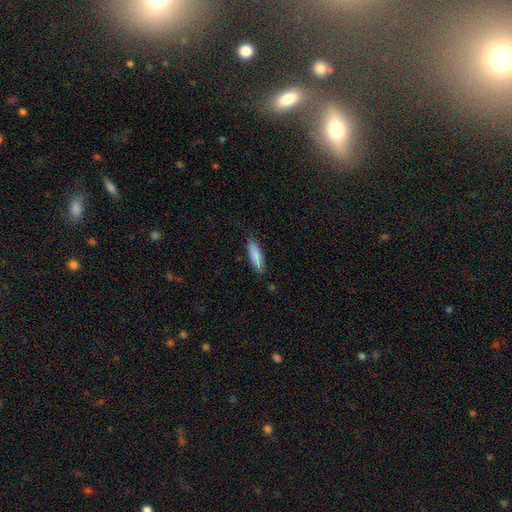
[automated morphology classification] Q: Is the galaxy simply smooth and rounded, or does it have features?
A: smooth — 84%.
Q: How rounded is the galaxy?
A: cigar-shaped — 61%.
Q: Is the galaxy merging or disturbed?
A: none — 86%.